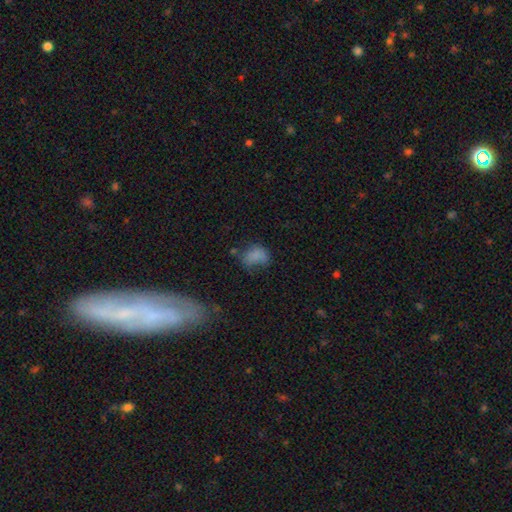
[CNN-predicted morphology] Smooth or featured: smooth — 74% (star or artifact — 14%)
How rounded: in between — 70% (round — 28%)
Merging: none — 39% (minor disturbance — 29%)